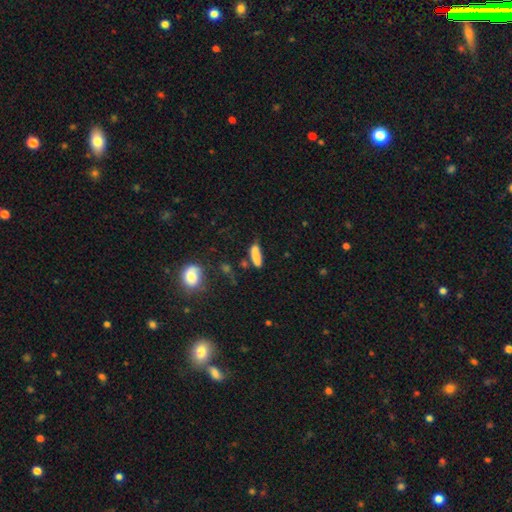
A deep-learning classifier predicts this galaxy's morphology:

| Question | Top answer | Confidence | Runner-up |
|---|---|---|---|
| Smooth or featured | smooth | 82% | star or artifact (9%) |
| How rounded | cigar-shaped | 51% | in between (46%) |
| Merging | none | 58% | minor disturbance (26%) |